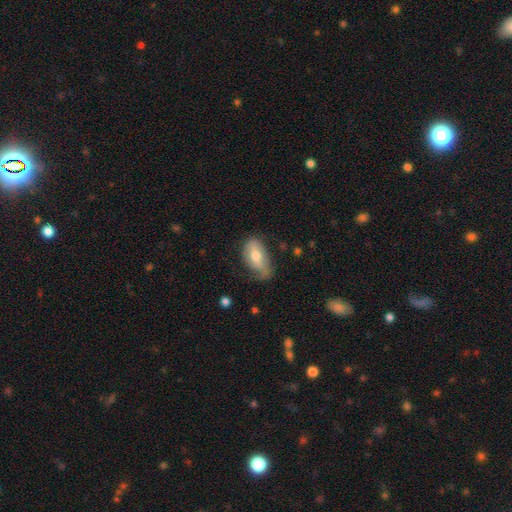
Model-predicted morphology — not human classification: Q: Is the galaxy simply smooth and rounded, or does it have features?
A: smooth — 60%.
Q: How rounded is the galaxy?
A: in between — 91%.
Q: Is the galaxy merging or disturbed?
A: none — 49%.